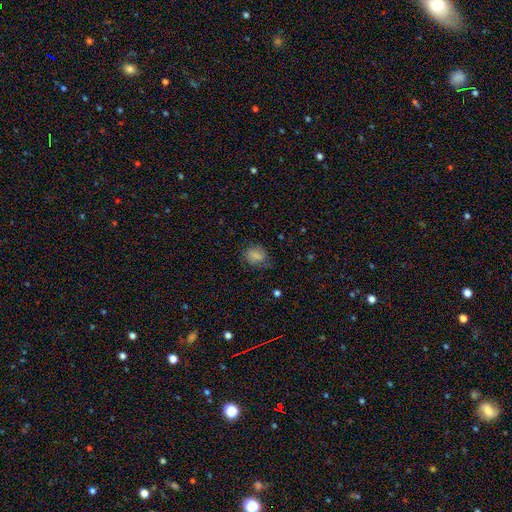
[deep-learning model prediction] Q: Smooth or featured?
A: smooth (82%); runner-up: star or artifact (10%)
Q: How rounded?
A: in between (63%); runner-up: round (36%)
Q: Merging?
A: none (65%); runner-up: minor disturbance (25%)